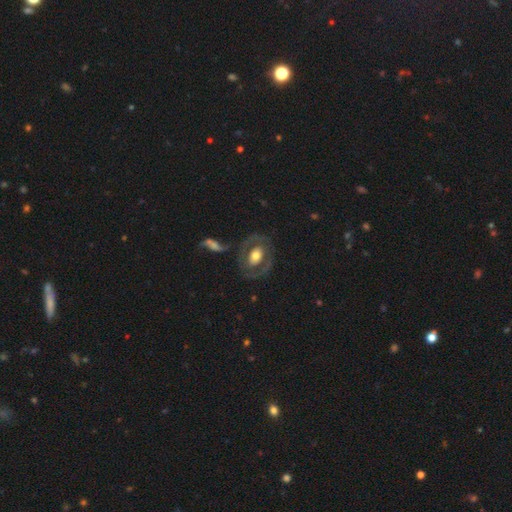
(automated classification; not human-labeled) The model was most divided on "smooth or featured": featured or disk: 58%, smooth: 36%, star or artifact: 6%. More confident: edge-on disk — no (93%); merging — none (70%); spiral arms — no (64%); bar — no (64%); bulge size — moderate (56%).